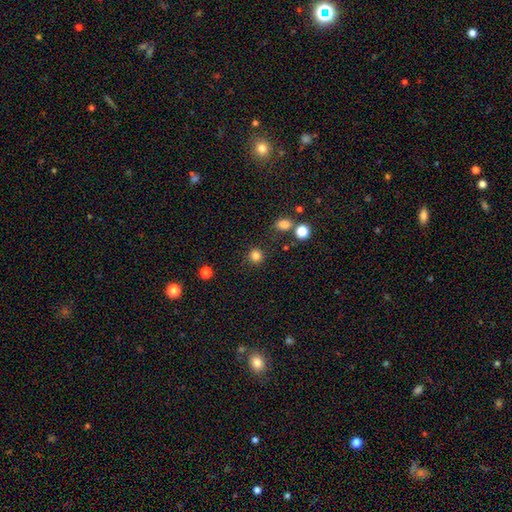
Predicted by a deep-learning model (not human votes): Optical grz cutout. It shows a smooth galaxy with no disk features (83%) that is round (92%). Merging: none (87%).